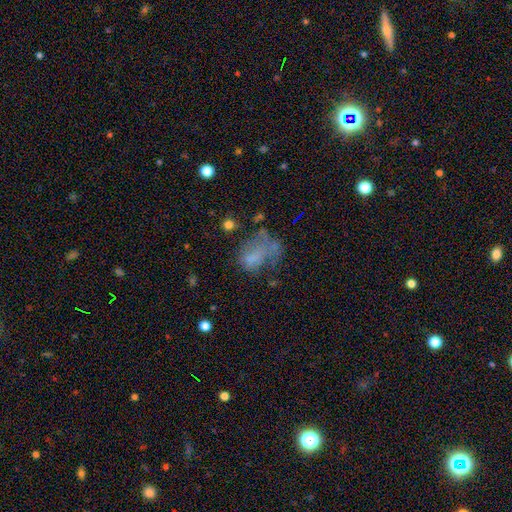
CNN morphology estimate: A smooth galaxy with no disk features (50%). Merging: major disturbance (40%).